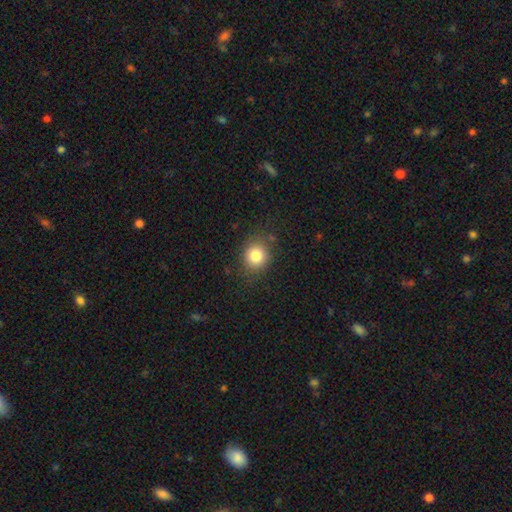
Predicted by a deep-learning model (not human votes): Overall: smooth (82%). How rounded: round (80%). Merging: none (81%).